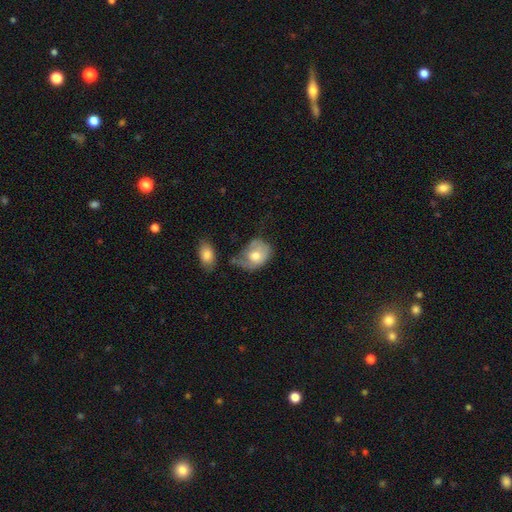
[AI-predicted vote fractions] The model was most divided on "merging": major disturbance: 32%, minor disturbance: 31%, none: 24%, merger: 13%. More confident: smooth or featured — smooth (63%); how rounded — in between (59%).